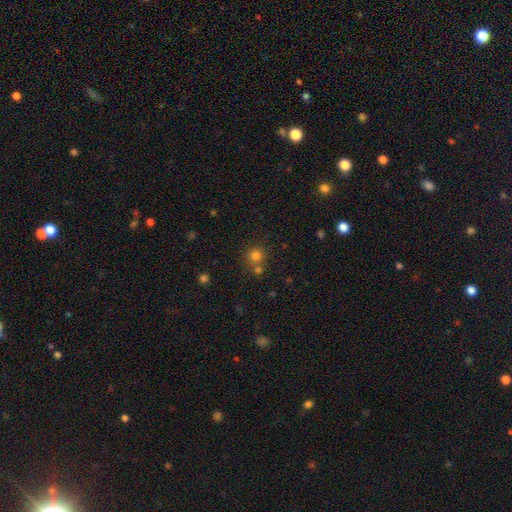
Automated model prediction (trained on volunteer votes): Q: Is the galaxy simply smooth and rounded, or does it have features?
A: smooth — 77%.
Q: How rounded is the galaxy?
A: round — 91%.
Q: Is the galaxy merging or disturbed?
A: none — 63%.